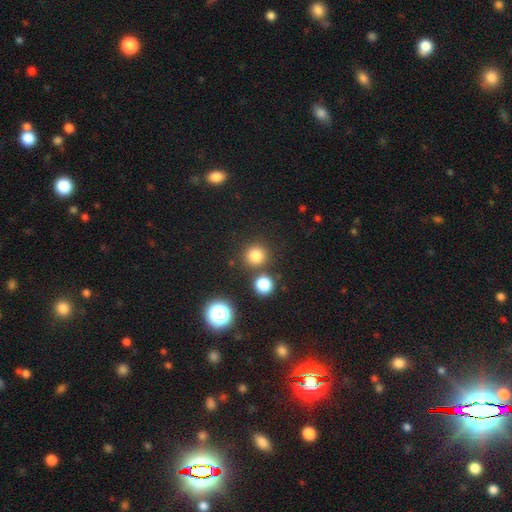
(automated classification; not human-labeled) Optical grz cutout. It shows a smooth galaxy with no disk features (78%) that is round (92%). Merging: none (81%).